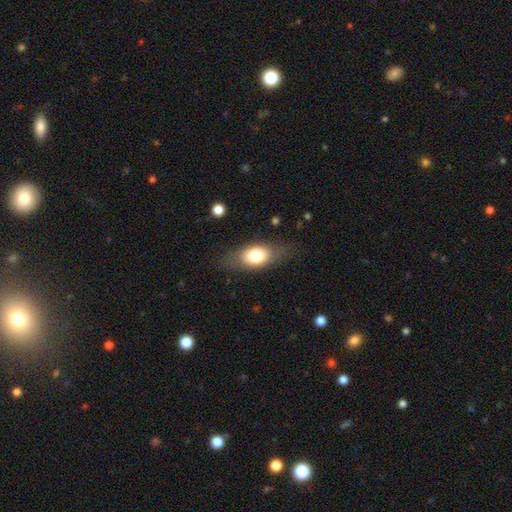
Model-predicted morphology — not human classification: type=smooth (71%); roundness=in between (80%); merging=none (75%).